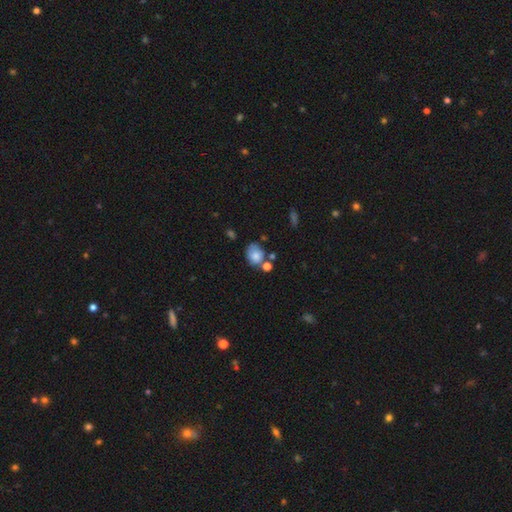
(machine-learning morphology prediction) type=smooth (76%); roundness=in between (58%); merging=none (47%).